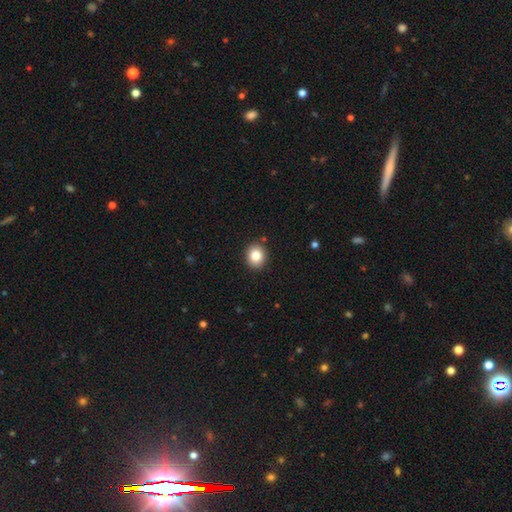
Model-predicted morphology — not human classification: smooth 84%, star or artifact 9%, featured or disk 6%. Down the decision tree: how rounded — round (70%); merging — none (90%).